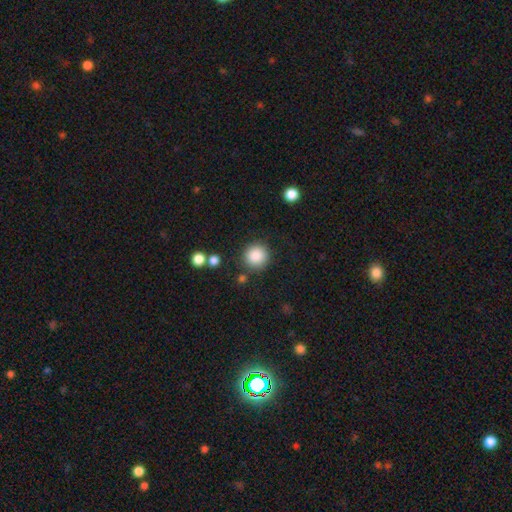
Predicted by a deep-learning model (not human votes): Smooth or featured: smooth — 87% (star or artifact — 9%)
How rounded: round — 94% (in between — 5%)
Merging: none — 85% (minor disturbance — 8%)